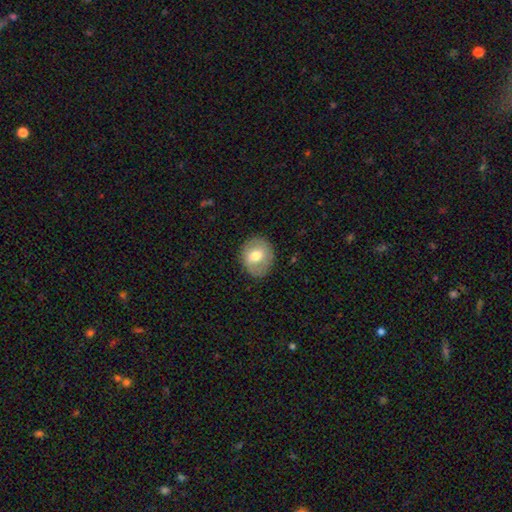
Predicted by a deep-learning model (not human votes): Overall: smooth (64%; featured or disk 28%). How rounded: round (69%; in between 30%). Merging: none (84%).